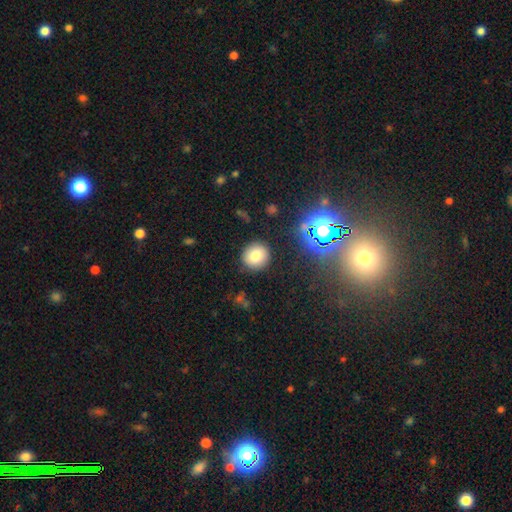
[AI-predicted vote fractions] Smooth or featured: smooth — 77% (star or artifact — 13%)
How rounded: round — 89% (in between — 10%)
Merging: none — 89% (minor disturbance — 7%)